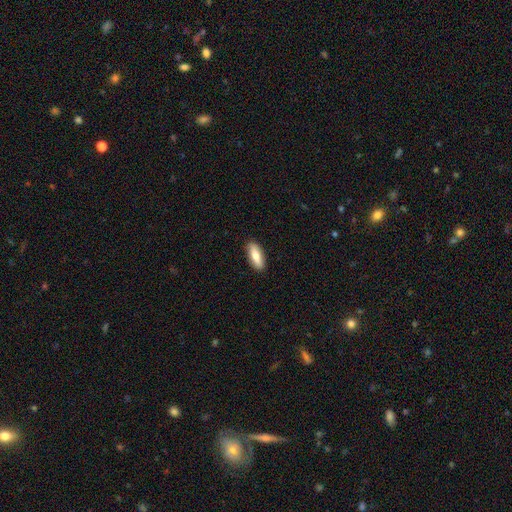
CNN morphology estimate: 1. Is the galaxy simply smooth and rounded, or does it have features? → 71% smooth, 23% featured or disk, 6% star or artifact.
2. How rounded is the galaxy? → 66% in between, 31% cigar-shaped, 2% round.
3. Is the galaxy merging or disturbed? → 89% none, 8% minor disturbance, 2% major disturbance, 1% merger.